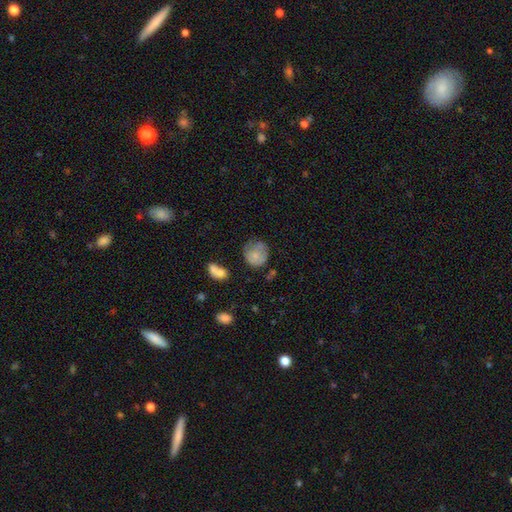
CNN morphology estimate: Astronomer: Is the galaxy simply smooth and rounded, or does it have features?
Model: smooth — 69%.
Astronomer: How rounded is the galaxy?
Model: round — 79%.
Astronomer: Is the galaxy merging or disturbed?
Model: none — 47% (runner-up: minor disturbance, 31%).